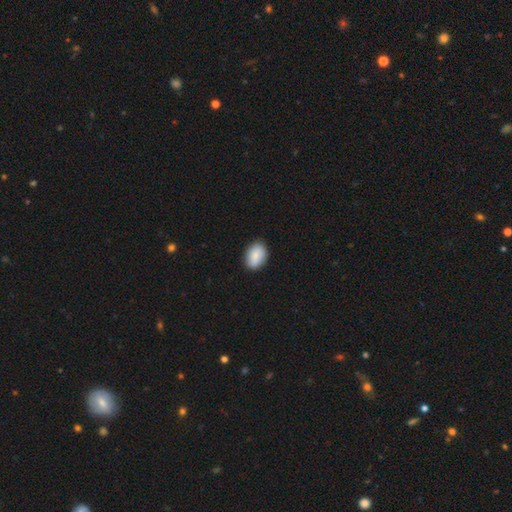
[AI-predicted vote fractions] Overall: smooth (86%). How rounded: in between (81%). Merging: none (86%).